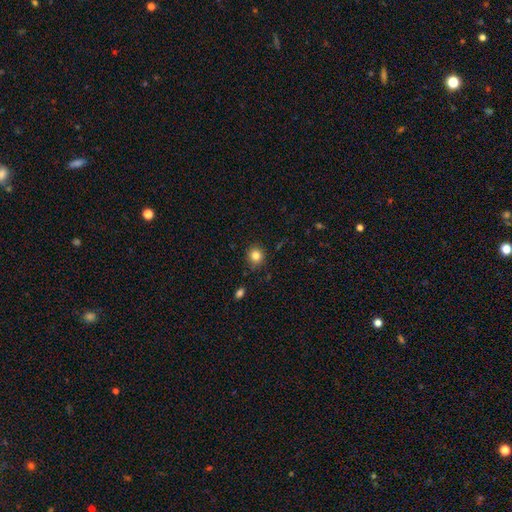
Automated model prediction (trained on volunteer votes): Overall: smooth (83%). How rounded: round (87%). Merging: none (86%).